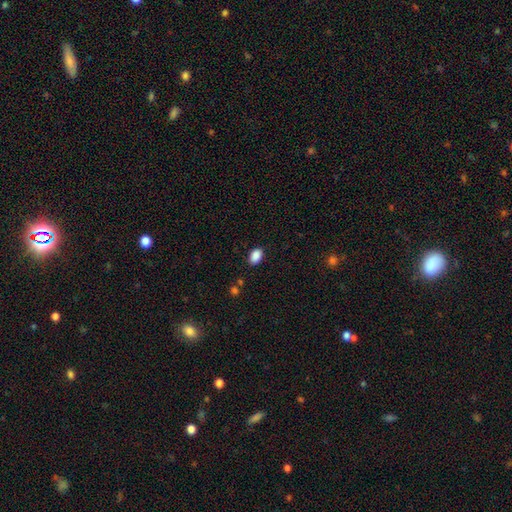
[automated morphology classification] Overall: smooth (89%). How rounded: in between (88%). Merging: none (86%).